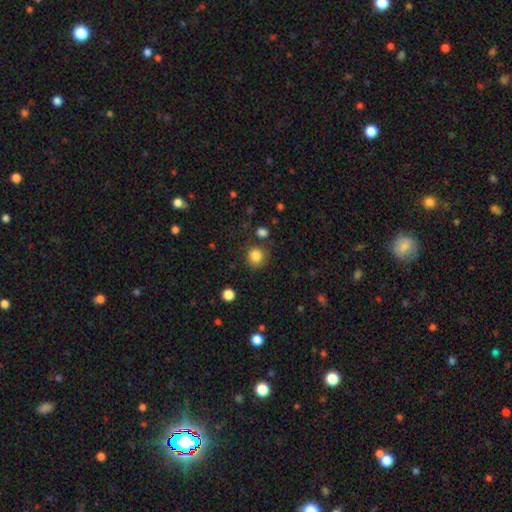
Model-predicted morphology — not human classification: smooth-or-featured: smooth: 84% | star or artifact: 11% | featured or disk: 5%
  how-rounded: round: 91% | in between: 8% | cigar-shaped: 1%
  merging: none: 82% | minor disturbance: 10% | merger: 5% | major disturbance: 4%